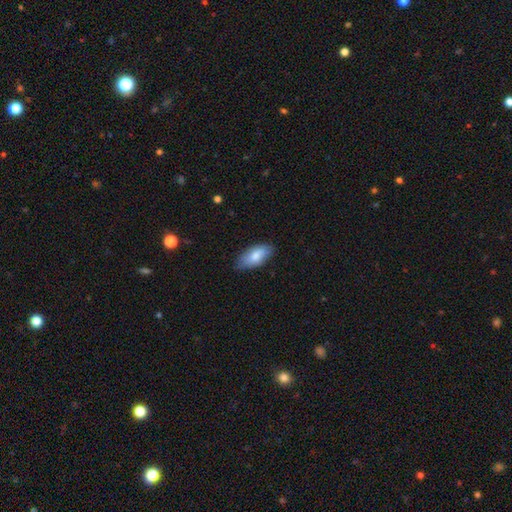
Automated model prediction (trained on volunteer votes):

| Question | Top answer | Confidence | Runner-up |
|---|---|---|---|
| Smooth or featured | smooth | 78% | featured or disk (16%) |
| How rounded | in between | 90% | cigar-shaped (8%) |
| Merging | none | 75% | minor disturbance (21%) |